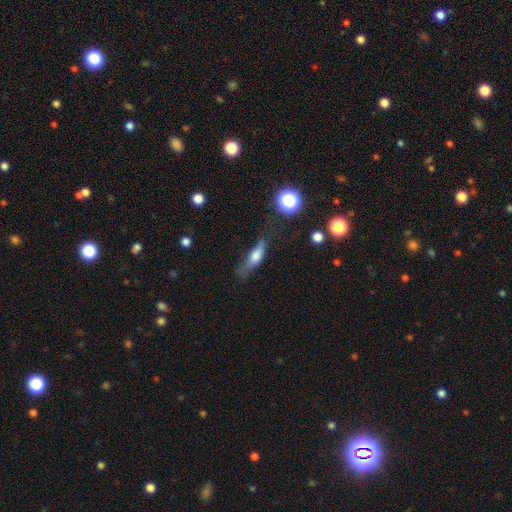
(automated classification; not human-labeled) Smooth or featured: smooth — 60% (featured or disk — 30%)
How rounded: in between — 49% (cigar-shaped — 46%)
Merging: none — 44% (minor disturbance — 32%)